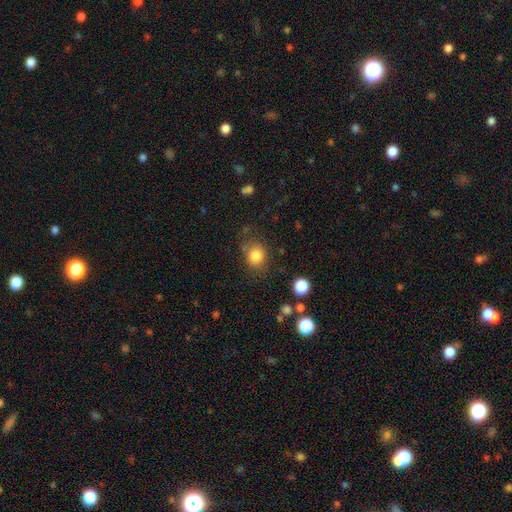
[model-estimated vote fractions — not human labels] Q: Smooth or featured?
A: smooth (84%); runner-up: star or artifact (11%)
Q: How rounded?
A: round (70%); runner-up: in between (29%)
Q: Merging?
A: none (73%); runner-up: minor disturbance (16%)